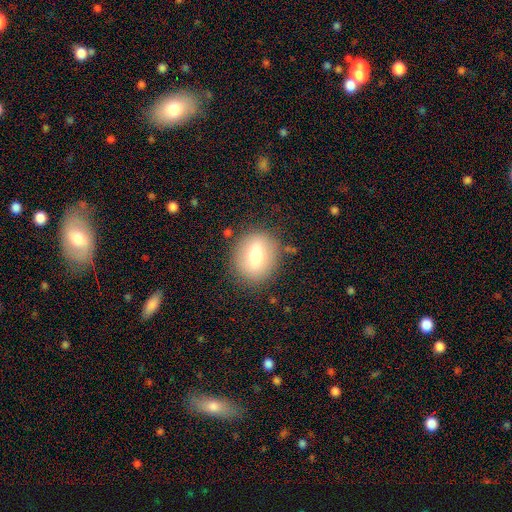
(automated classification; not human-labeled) Smooth or featured: smooth — 68% (featured or disk — 23%)
How rounded: round — 62% (in between — 36%)
Merging: none — 83% (minor disturbance — 11%)